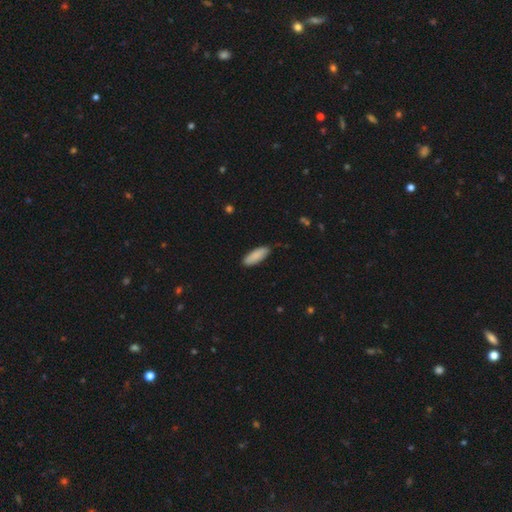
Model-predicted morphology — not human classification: Smooth or featured? Predicted: smooth (p=0.89). How rounded? Predicted: in between (p=0.65). Merging? Predicted: none (p=0.85).